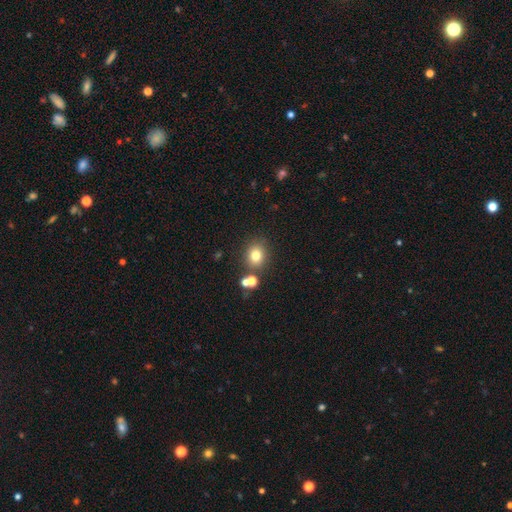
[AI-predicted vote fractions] Smooth or featured?
  - smooth: 77% *
  - star or artifact: 15%
  - featured or disk: 9%
How rounded?
  - round: 74% *
  - in between: 26%
  - cigar-shaped: 1%
Merging?
  - none: 75% *
  - merger: 11%
  - minor disturbance: 10%
  - major disturbance: 4%